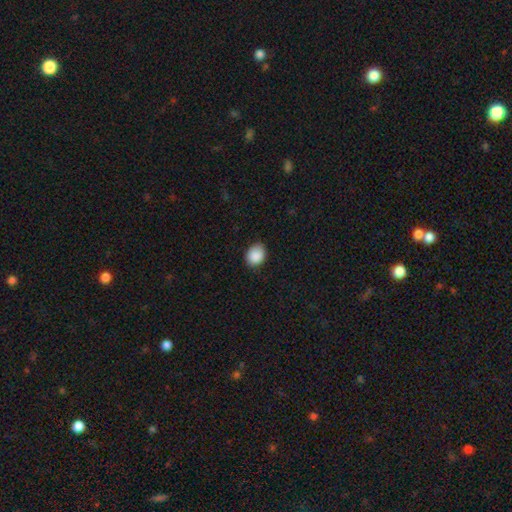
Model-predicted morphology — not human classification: A smooth galaxy with no disk features (89%) that is in between round and cigar-shaped (52%). Merging: none (77%).